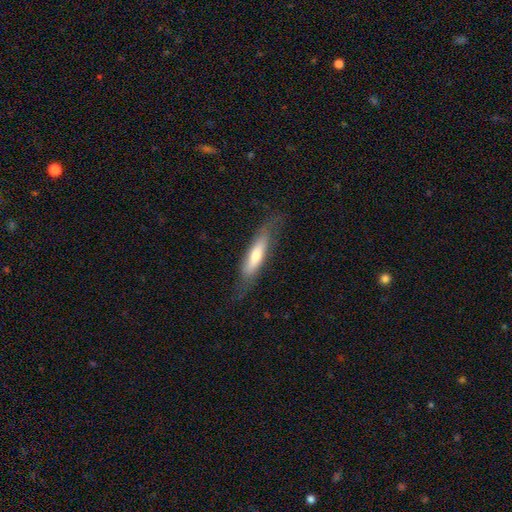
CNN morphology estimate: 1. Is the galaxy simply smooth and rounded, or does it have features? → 54% smooth, 40% featured or disk, 6% star or artifact.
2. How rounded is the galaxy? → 77% cigar-shaped, 22% in between, 2% round.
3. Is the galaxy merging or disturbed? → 72% none, 19% minor disturbance, 8% major disturbance, 1% merger.